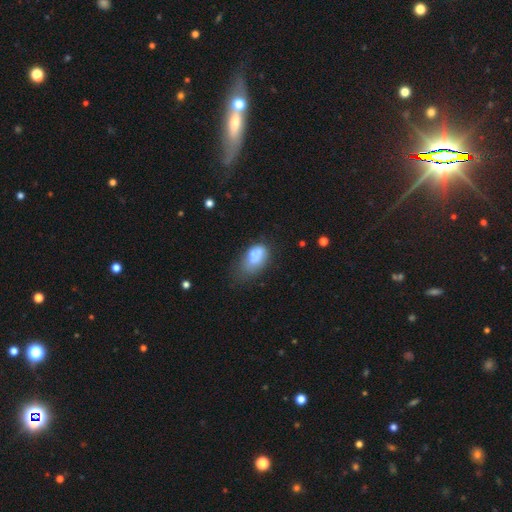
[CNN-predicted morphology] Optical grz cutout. It shows a smooth galaxy with no disk features (56%) that is in between round and cigar-shaped (85%). Merging: merger (32%).